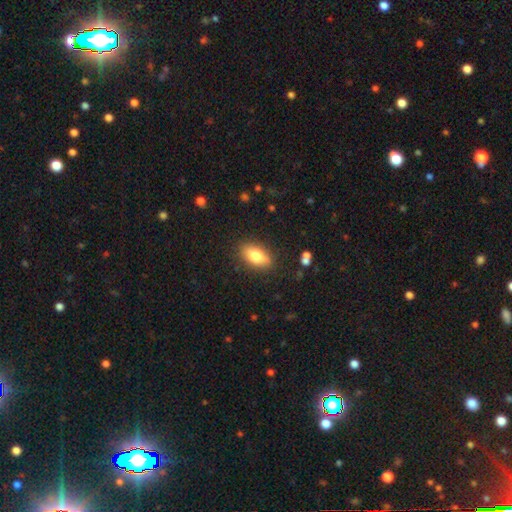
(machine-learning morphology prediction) Q: Smooth or featured?
A: smooth (79%); runner-up: featured or disk (13%)
Q: How rounded?
A: in between (88%); runner-up: round (7%)
Q: Merging?
A: none (84%); runner-up: minor disturbance (11%)